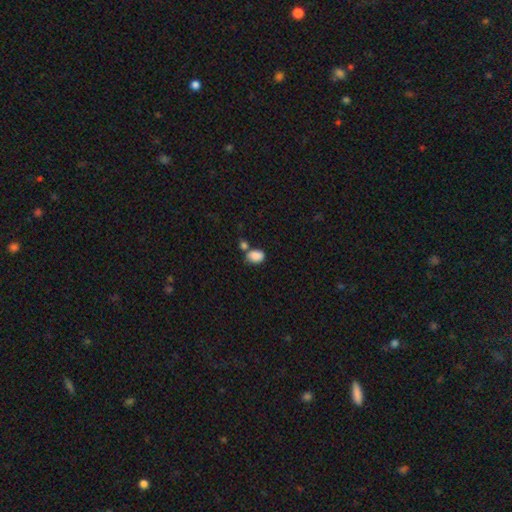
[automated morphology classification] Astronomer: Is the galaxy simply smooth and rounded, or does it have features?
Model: smooth — 87%.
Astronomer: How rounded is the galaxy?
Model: in between — 77%.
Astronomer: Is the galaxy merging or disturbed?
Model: none — 51% (runner-up: merger, 28%).